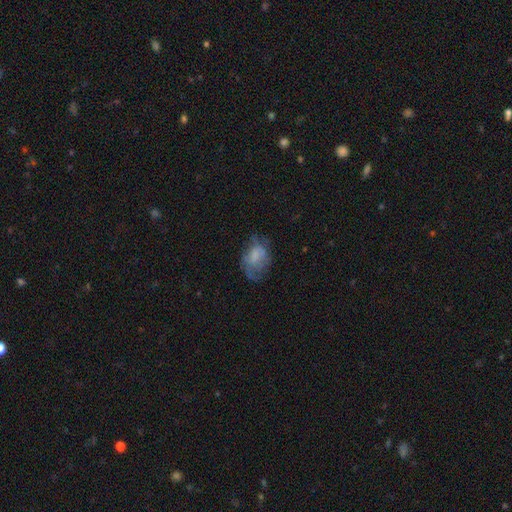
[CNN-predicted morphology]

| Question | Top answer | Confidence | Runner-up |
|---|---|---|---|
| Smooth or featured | smooth | 56% | featured or disk (34%) |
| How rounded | in between | 78% | round (21%) |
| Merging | none | 41% | minor disturbance (29%) |